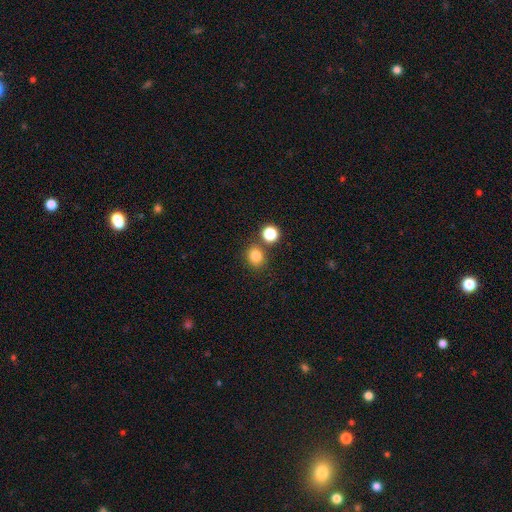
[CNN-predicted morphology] smooth_or_featured: smooth (p=0.80) [alt: star or artifact p=0.15]
how_rounded: round (p=0.79) [alt: in between p=0.20]
merging: none (p=0.77) [alt: merger p=0.11]